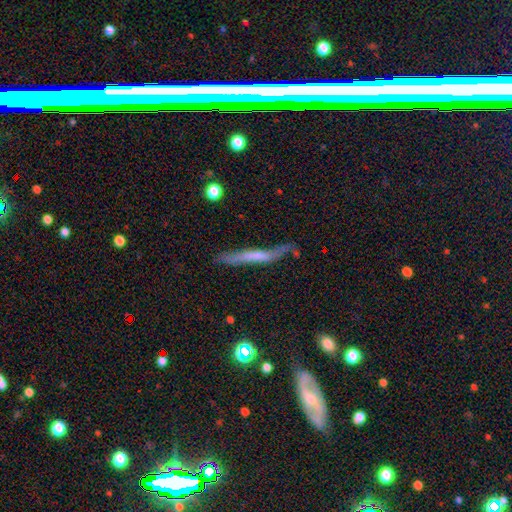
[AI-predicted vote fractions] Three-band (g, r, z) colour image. It shows a smooth galaxy with no disk features (50%). Merging: none (55%).